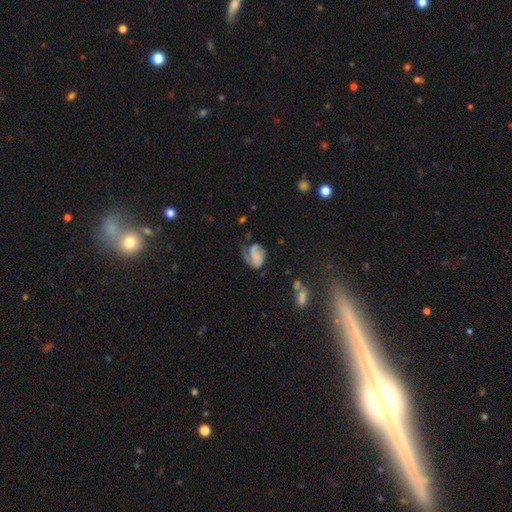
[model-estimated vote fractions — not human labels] Smooth or featured? featured or disk (50%)
Merging? major disturbance (36%)